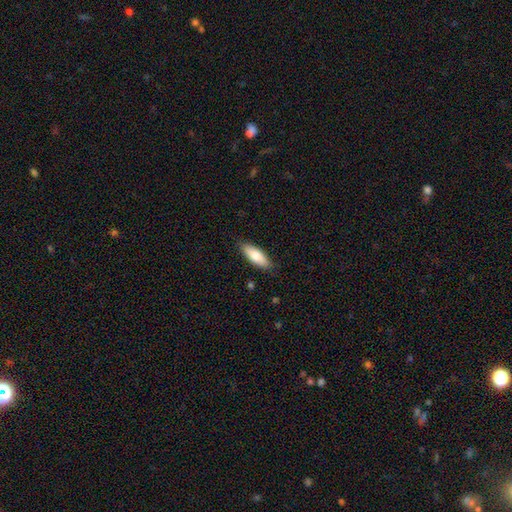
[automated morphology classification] smooth 78%, featured or disk 16%, star or artifact 6%. Down the decision tree: how rounded — in between (66%); merging — none (86%).